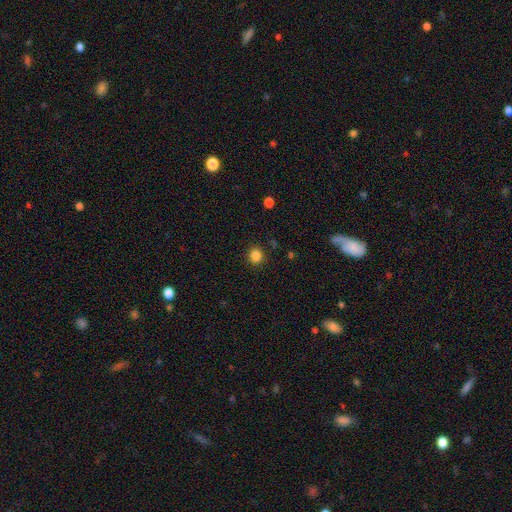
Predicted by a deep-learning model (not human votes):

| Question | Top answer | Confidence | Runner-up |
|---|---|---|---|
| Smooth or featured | smooth | 85% | star or artifact (12%) |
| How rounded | round | 82% | in between (17%) |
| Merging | none | 89% | minor disturbance (7%) |